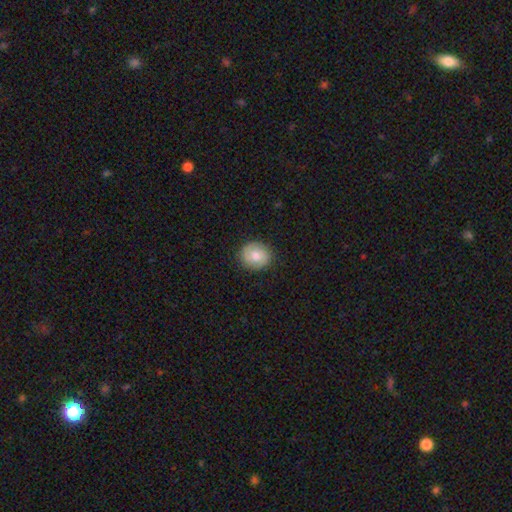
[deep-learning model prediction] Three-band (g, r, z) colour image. It shows a smooth galaxy with no disk features (58%) that is round (83%). Merging: none (87%).